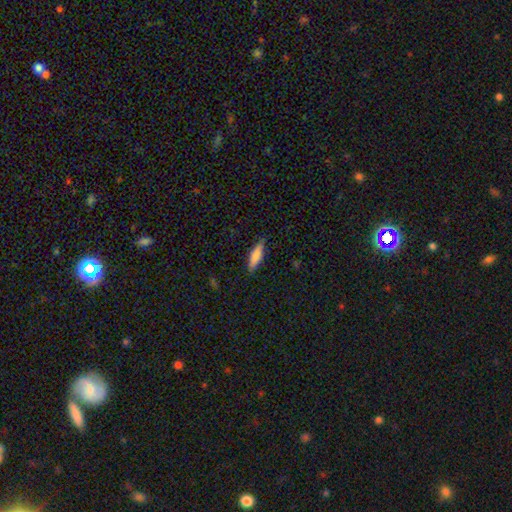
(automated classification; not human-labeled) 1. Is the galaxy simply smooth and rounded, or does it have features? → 77% smooth, 17% featured or disk, 6% star or artifact.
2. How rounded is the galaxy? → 59% cigar-shaped, 39% in between, 2% round.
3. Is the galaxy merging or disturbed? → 84% none, 13% minor disturbance, 2% major disturbance, 1% merger.